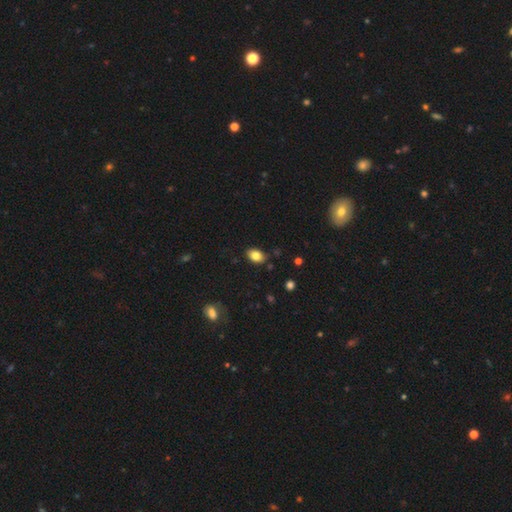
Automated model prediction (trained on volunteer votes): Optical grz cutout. It shows a smooth galaxy with no disk features (83%) that is in between round and cigar-shaped (83%). Merging: none (84%).